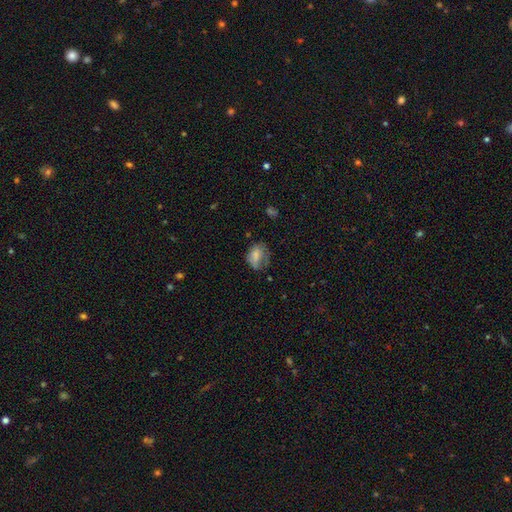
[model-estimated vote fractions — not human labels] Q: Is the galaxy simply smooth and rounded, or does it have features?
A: smooth — 68%.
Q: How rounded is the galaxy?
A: in between — 70%.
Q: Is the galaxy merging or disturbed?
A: none — 38%.